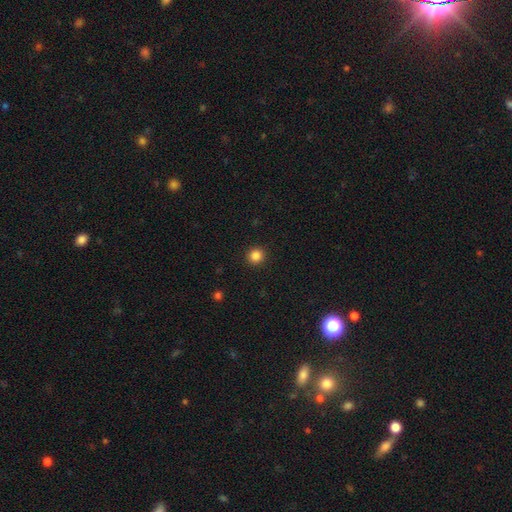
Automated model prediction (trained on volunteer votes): Overall: smooth (85%). How rounded: round (93%). Merging: none (93%).